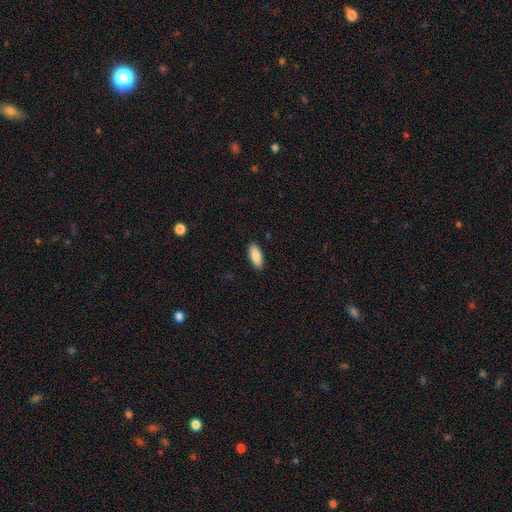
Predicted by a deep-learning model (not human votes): This is clearly a smooth galaxy (88%). How rounded: likely in between (77%). Merging: clearly none (90%).